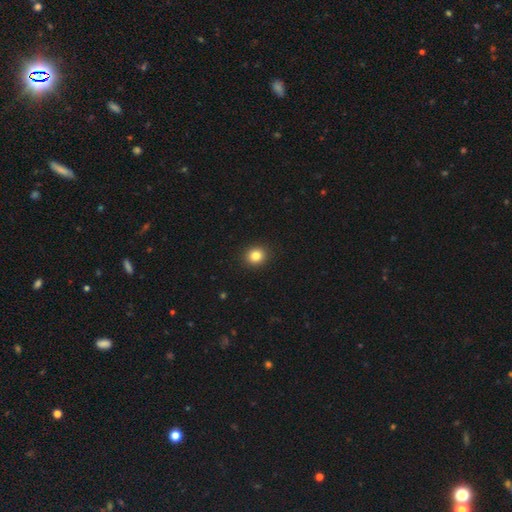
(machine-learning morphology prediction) Overall: smooth (83%). How rounded: round (80%). Merging: none (92%).